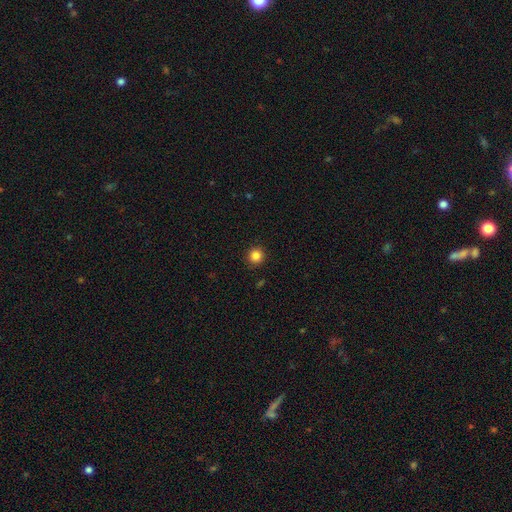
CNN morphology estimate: This appears to be a smooth galaxy with no disk features (85%) that is round (93%). Merging: none (91%).